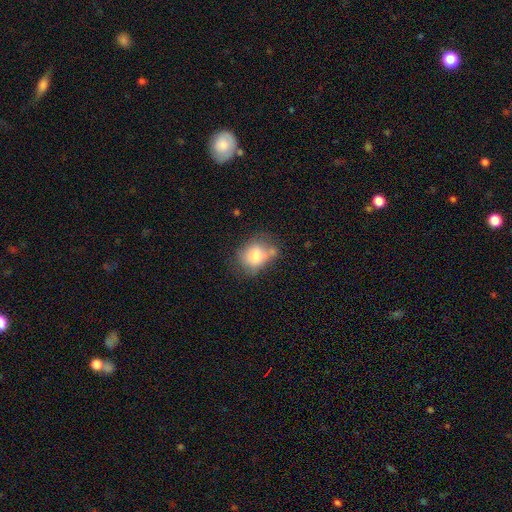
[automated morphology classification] smooth_or_featured: smooth (p=0.74) [alt: featured or disk p=0.16]
how_rounded: round (p=0.52) [alt: in between p=0.47]
merging: none (p=0.42) [alt: minor disturbance p=0.28]